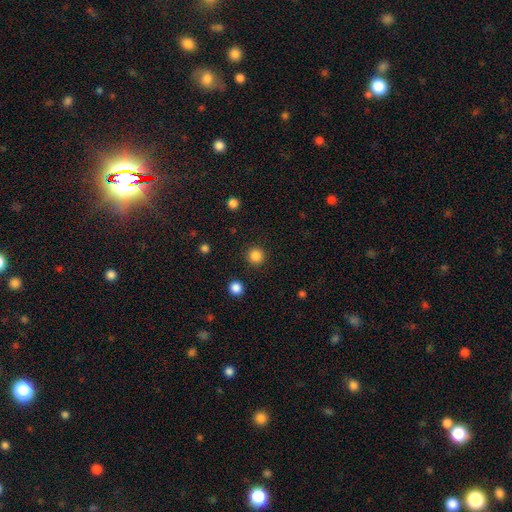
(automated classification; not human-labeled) smooth-or-featured: smooth: 85% | star or artifact: 12% | featured or disk: 3%
  how-rounded: round: 95% | in between: 4% | cigar-shaped: 1%
  merging: none: 91% | minor disturbance: 5% | major disturbance: 2% | merger: 1%